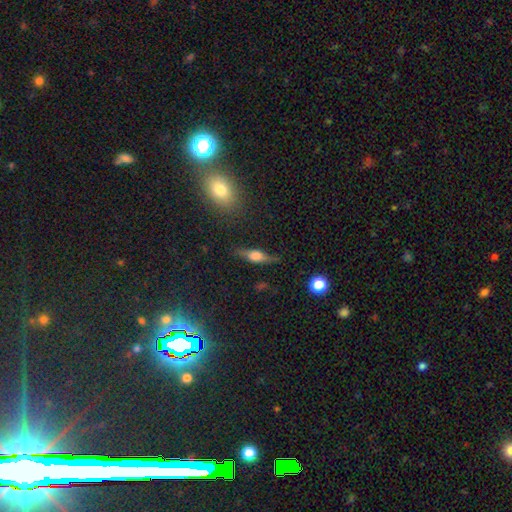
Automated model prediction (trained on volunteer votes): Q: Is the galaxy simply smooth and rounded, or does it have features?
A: featured or disk — 55%.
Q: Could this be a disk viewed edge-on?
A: yes — 92%.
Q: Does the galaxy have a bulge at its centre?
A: rounded — 83%.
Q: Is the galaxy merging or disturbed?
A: none — 79%.